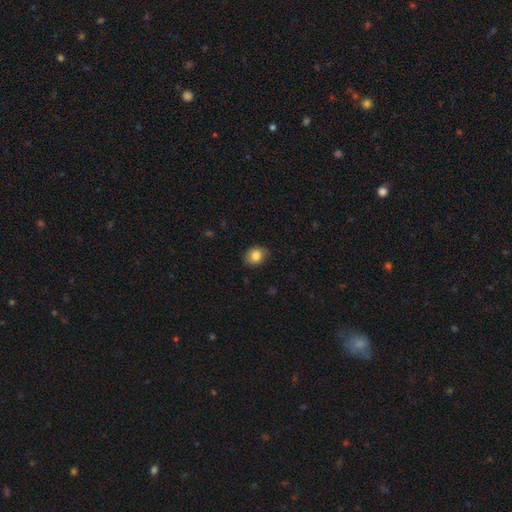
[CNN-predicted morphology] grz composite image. It shows a smooth galaxy with no disk features (84%) that is in between round and cigar-shaped (54%). Merging: none (79%).